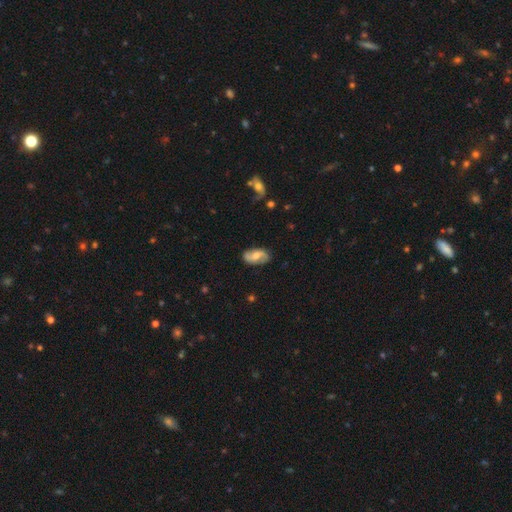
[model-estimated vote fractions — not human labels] This appears to be a featured or disk galaxy (63%) with a weak bar (44%), 2 (89%) loose (46%) spiral arms (89%) and a moderate central bulge (53%). Merging: none (81%).